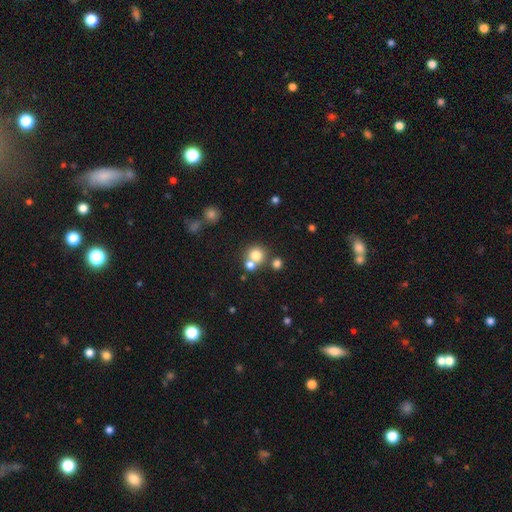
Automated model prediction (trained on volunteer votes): Overall: smooth (75%). How rounded: round (88%). Merging: none (54%; merger 35%).